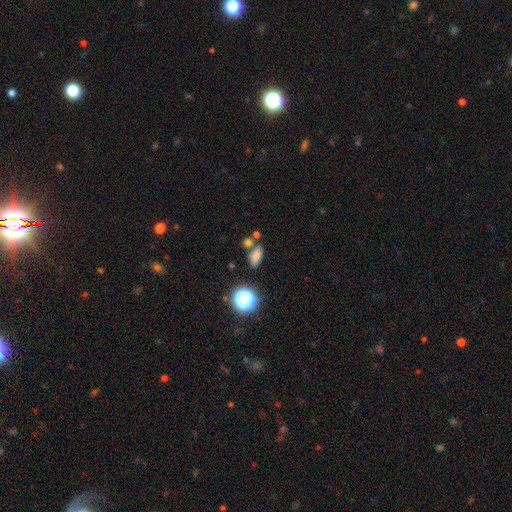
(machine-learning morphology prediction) Smooth or featured? smooth (78%)
How rounded? in between (80%)
Merging? none (70%)